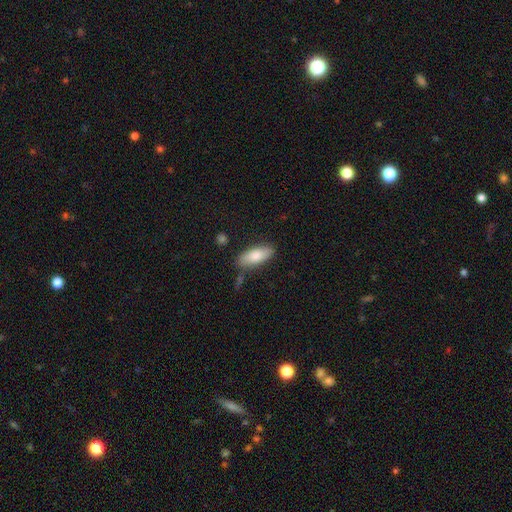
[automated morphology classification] Smooth or featured? Predicted: smooth (p=0.79). How rounded? Predicted: in between (p=0.77). Merging? Predicted: none (p=0.79).